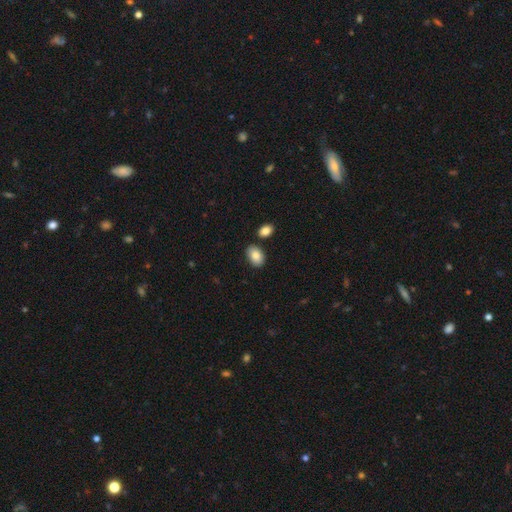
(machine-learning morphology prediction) Overall: smooth (87%). How rounded: in between (90%). Merging: none (80%).